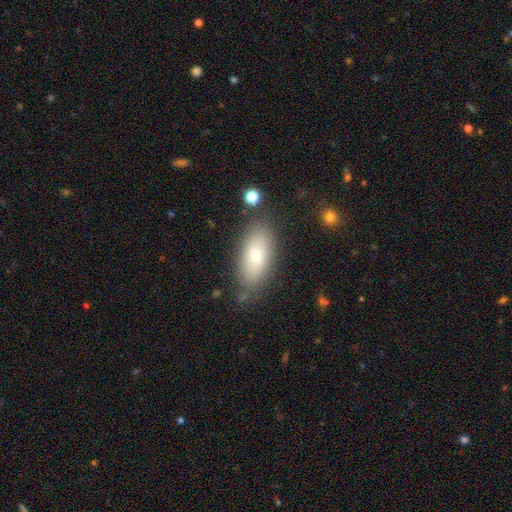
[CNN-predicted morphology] type=smooth (70%); roundness=in between (88%); merging=none (79%).